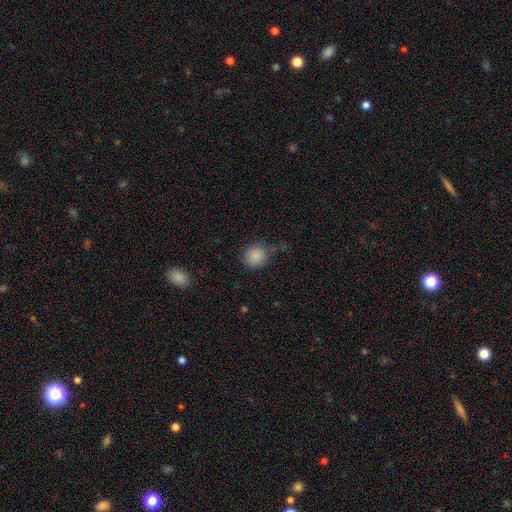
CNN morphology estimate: smooth 86%, star or artifact 10%, featured or disk 5%. Down the decision tree: how rounded — round (89%); merging — none (67%).